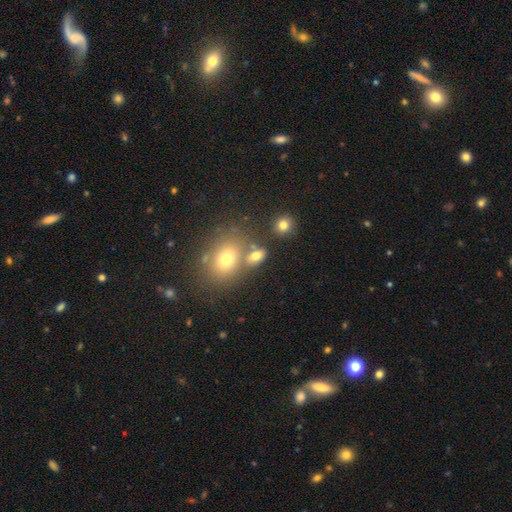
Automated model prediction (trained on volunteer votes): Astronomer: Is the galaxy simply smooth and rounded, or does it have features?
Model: smooth — 72%.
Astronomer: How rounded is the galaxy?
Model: in between — 77%.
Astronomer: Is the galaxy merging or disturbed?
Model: none — 58%.